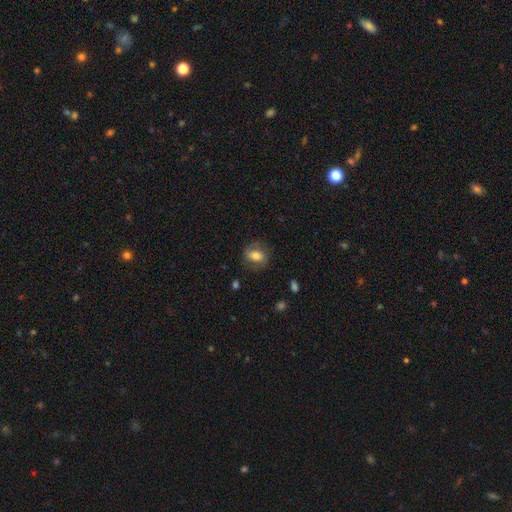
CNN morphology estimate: Overall: smooth (58%; featured or disk 33%). How rounded: in between (66%; round 32%). Merging: none (72%).